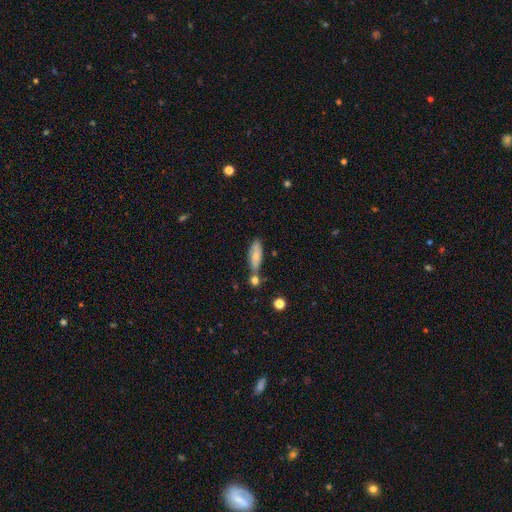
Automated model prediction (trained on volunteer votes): Morphology: type=smooth (71%); roundness=in between (62%); merging=none (53%).